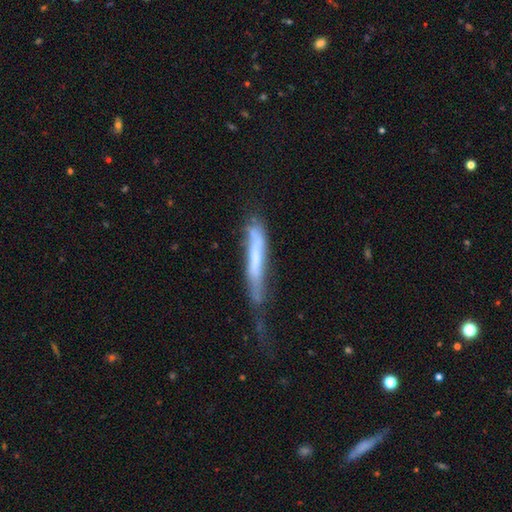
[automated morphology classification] Overall: featured or disk (46%, tied with smooth). Merging: minor disturbance (33%; none 32%).